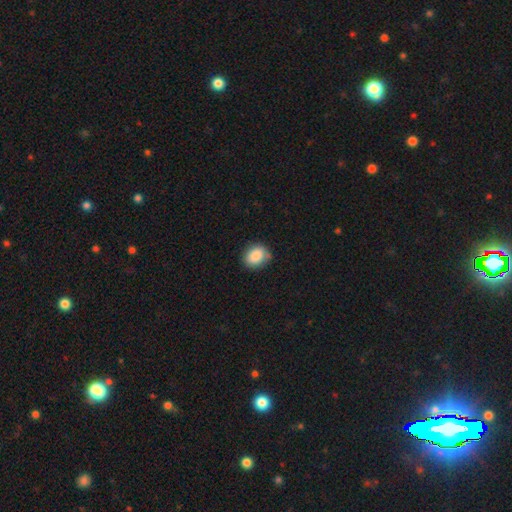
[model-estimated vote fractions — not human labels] Overall: smooth (86%). How rounded: round (54%; in between 45%). Merging: none (78%).